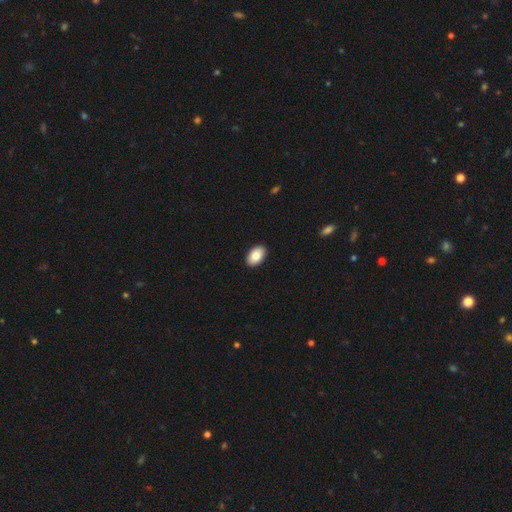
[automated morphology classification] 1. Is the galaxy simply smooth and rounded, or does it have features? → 85% smooth, 8% featured or disk, 7% star or artifact.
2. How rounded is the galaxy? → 91% in between, 8% round, 1% cigar-shaped.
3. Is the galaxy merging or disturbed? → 91% none, 6% minor disturbance, 1% major disturbance, 1% merger.